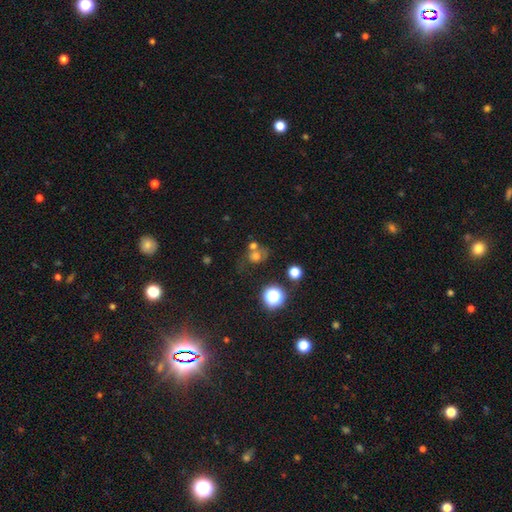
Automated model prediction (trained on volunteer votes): This is likely a smooth galaxy (62%). How rounded: likely round (73%). Merging: marginally none (42%).